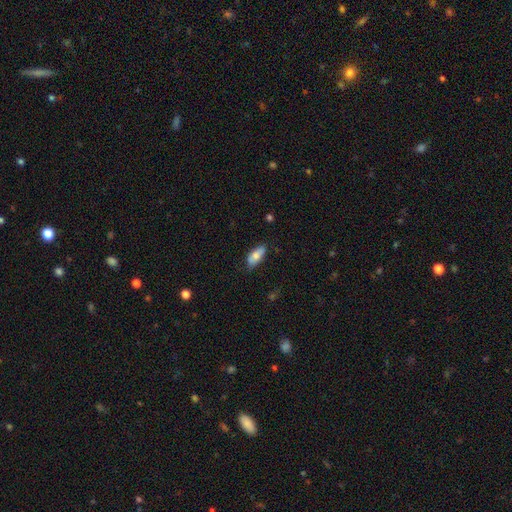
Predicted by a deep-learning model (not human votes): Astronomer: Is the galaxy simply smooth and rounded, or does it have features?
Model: smooth — 71%.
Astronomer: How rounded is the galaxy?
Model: in between — 82%.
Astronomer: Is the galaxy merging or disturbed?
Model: none — 74%.